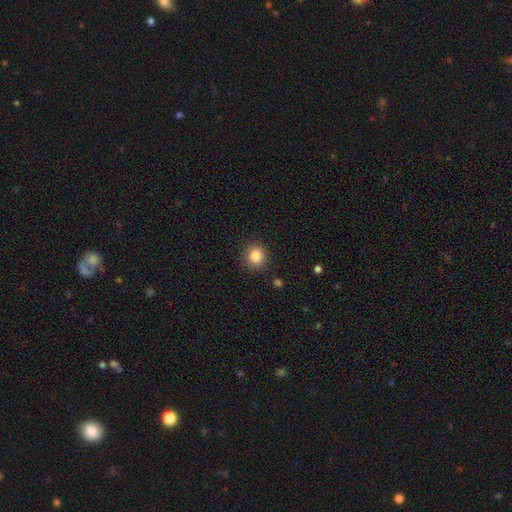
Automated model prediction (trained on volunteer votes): Smooth or featured: smooth — 85% (star or artifact — 10%)
How rounded: round — 86% (in between — 13%)
Merging: none — 87% (minor disturbance — 8%)